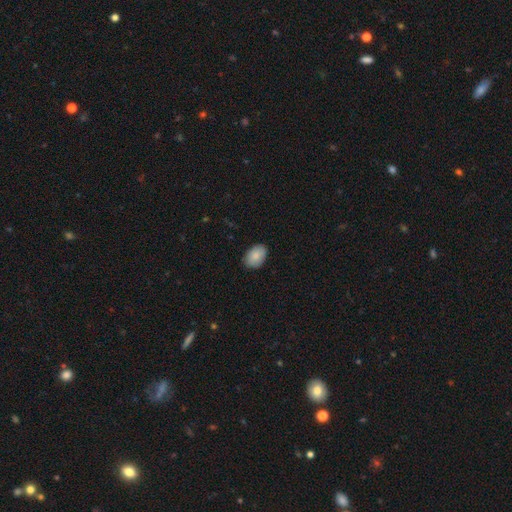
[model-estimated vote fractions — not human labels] A smooth galaxy with no disk features (88%) that is in between round and cigar-shaped (86%).

Vote fractions:
- Smooth or featured? smooth: 88% / star or artifact: 7% / featured or disk: 6%
- How rounded? in between: 86% / round: 13% / cigar-shaped: 1%
- Merging? none: 86% / minor disturbance: 11% / major disturbance: 2% / merger: 1%